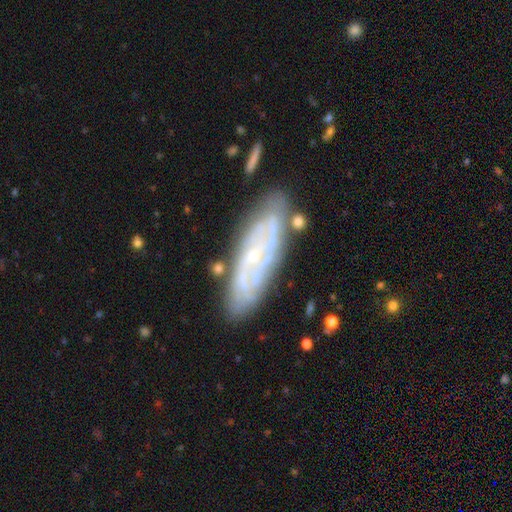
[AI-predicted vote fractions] A featured or disk galaxy (79%) with no bar (64%), tight (61%) spiral arms (90%) and a small central bulge (80%). Merging: none (78%).